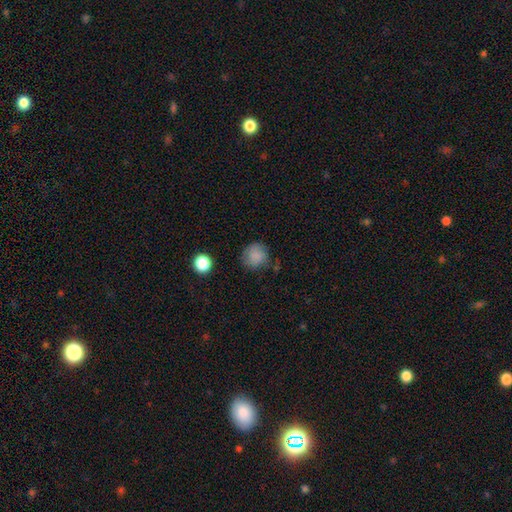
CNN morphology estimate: Smooth or featured? Predicted: smooth (p=0.84). How rounded? Predicted: round (p=0.85). Merging? Predicted: none (p=0.72).